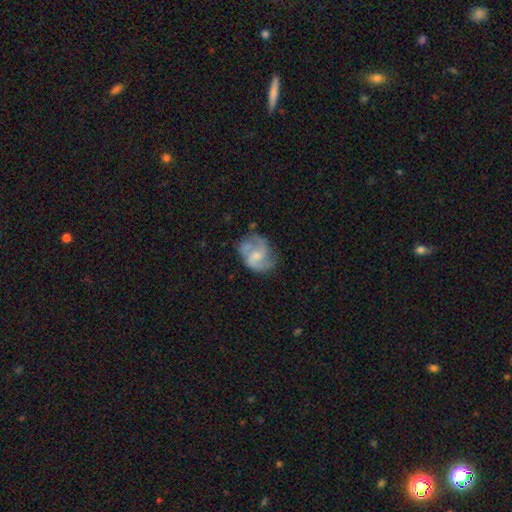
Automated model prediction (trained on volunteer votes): smooth_or_featured: featured or disk (p=0.73) [alt: smooth p=0.20]
disk_edge_on: no (p=0.98) [alt: yes p=0.02]
bar: no (p=0.53) [alt: weak p=0.40]
has_spiral_arms: yes (p=0.89) [alt: no p=0.11]
spiral_winding: medium (p=0.51) [alt: loose p=0.29]
spiral_arm_count: 2 (p=0.47) [alt: 3 p=0.28]
bulge_size: small (p=0.46) [alt: moderate p=0.39]
merging: none (p=0.59) [alt: minor disturbance p=0.24]